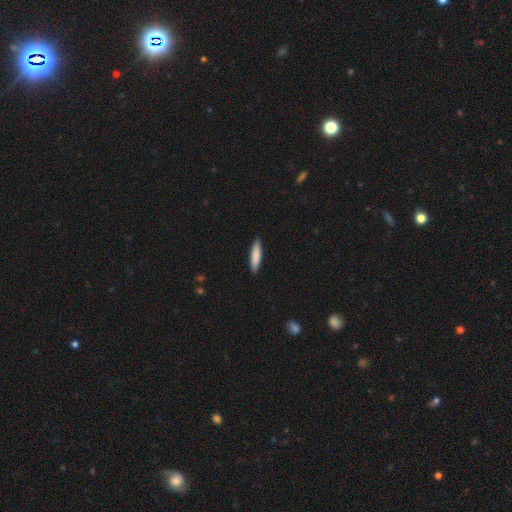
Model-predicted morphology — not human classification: This appears to be a smooth galaxy with no disk features (84%) that is cigar-shaped (82%). Merging: none (89%).